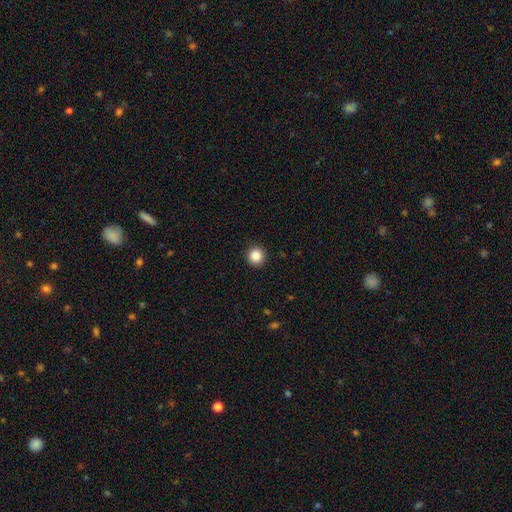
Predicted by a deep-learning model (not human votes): The model was most divided on "smooth or featured": smooth: 88%, star or artifact: 9%, featured or disk: 3%. More confident: how rounded — round (93%); merging — none (92%).